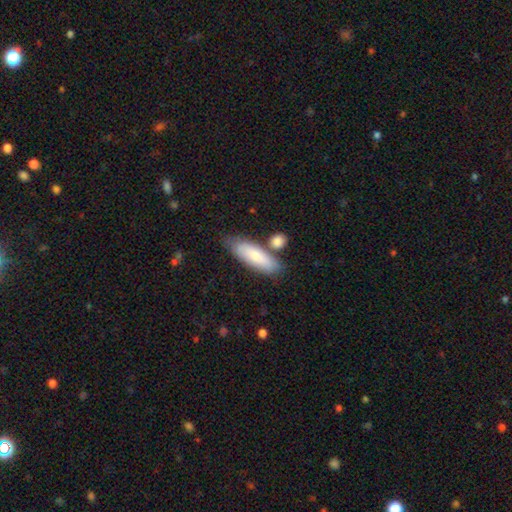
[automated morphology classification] type=smooth (76%); roundness=in between (53%); merging=none (69%).